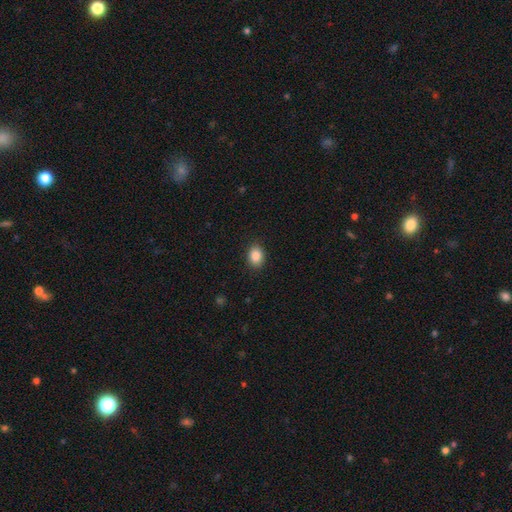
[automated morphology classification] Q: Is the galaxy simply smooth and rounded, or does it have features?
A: smooth — 87%.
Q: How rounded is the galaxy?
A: in between — 67%.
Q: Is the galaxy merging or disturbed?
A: none — 89%.